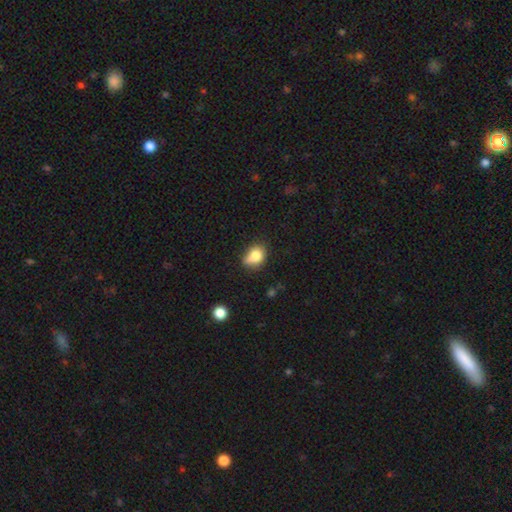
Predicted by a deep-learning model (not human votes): Smooth or featured?
  - smooth: 79% *
  - featured or disk: 11%
  - star or artifact: 10%
How rounded?
  - in between: 58% *
  - round: 40%
  - cigar-shaped: 1%
Merging?
  - none: 50% *
  - minor disturbance: 33%
  - merger: 9%
  - major disturbance: 9%